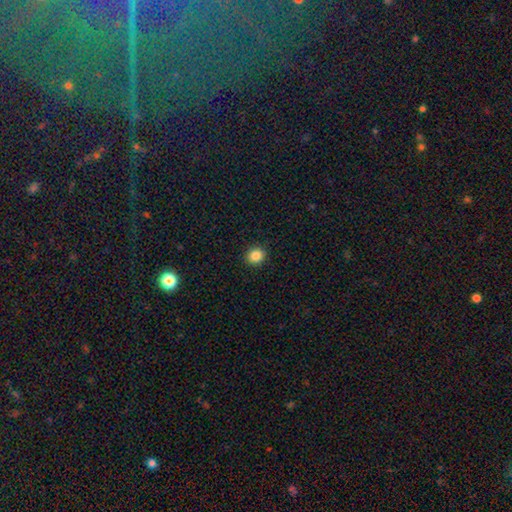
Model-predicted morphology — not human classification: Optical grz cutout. It shows a smooth galaxy with no disk features (86%) that is round (76%). Merging: none (92%).